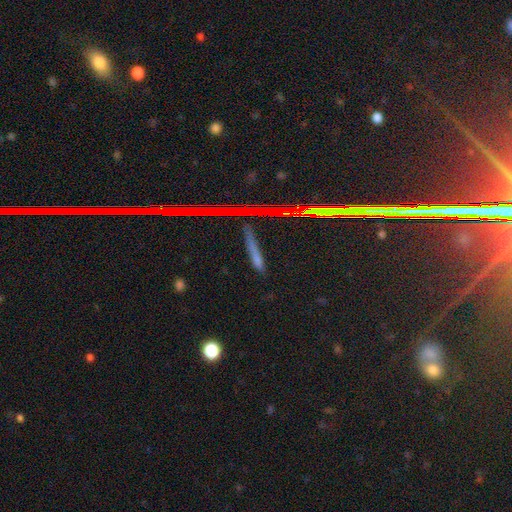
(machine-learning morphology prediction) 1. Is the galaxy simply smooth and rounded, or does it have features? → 41% smooth, 38% star or artifact, 21% featured or disk.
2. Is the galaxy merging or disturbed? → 74% none, 16% minor disturbance, 6% major disturbance, 4% merger.